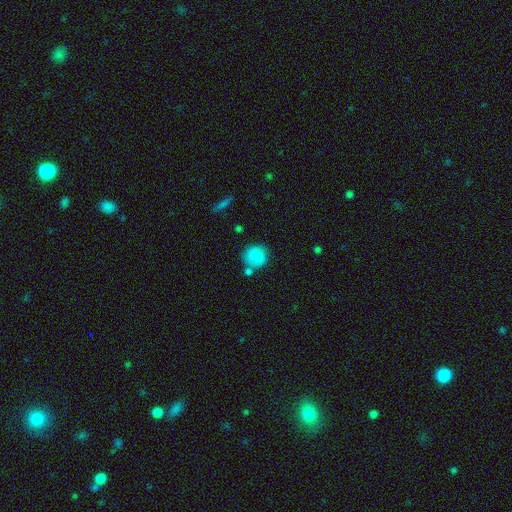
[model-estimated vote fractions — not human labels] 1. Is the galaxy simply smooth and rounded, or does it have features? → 81% smooth, 10% featured or disk, 8% star or artifact.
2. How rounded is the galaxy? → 85% round, 14% in between, 1% cigar-shaped.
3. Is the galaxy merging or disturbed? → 63% none, 18% minor disturbance, 13% merger, 6% major disturbance.